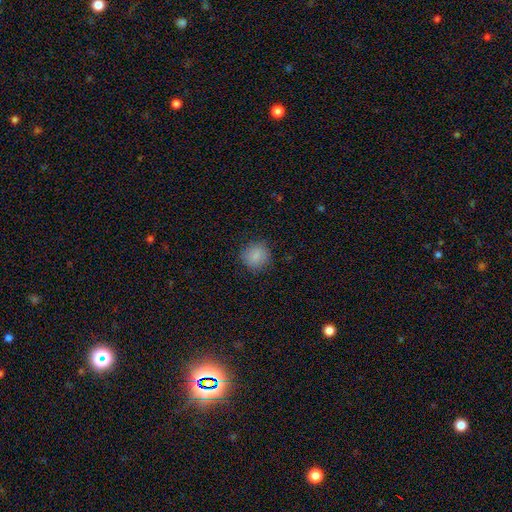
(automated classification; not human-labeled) smooth-or-featured: smooth: 86% | star or artifact: 9% | featured or disk: 5%
  how-rounded: round: 90% | in between: 9% | cigar-shaped: 1%
  merging: none: 87% | minor disturbance: 9% | major disturbance: 3% | merger: 1%